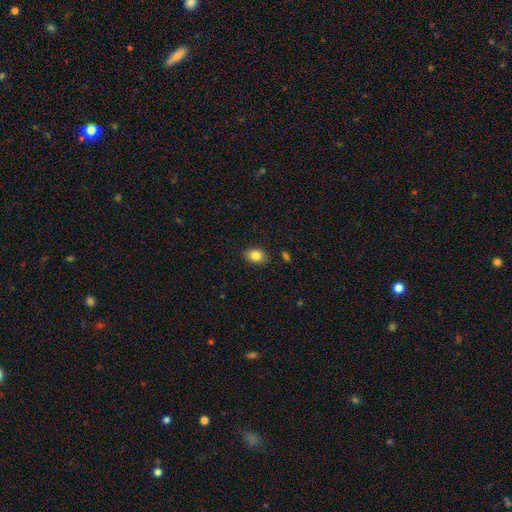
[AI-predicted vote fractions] Smooth or featured? Predicted: smooth (p=0.85). How rounded? Predicted: in between (p=0.68). Merging? Predicted: none (p=0.85).